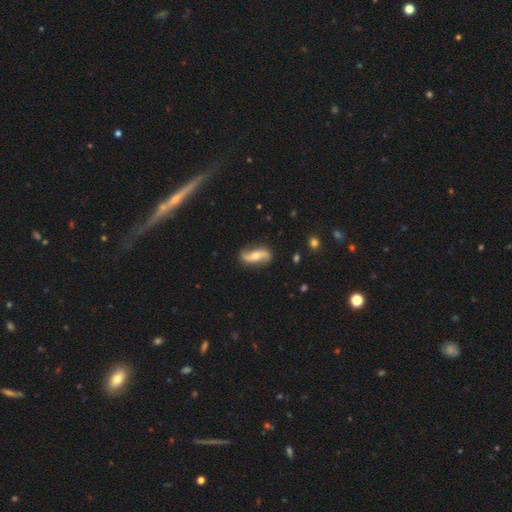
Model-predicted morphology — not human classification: A featured or disk galaxy (80%) with no bar (47%), 2 (93%) loose (82%) spiral arms (94%) and a moderate central bulge (58%).

Vote fractions:
- Smooth or featured? featured or disk: 80% / smooth: 15% / star or artifact: 5%
- Edge-on disk? no: 93% / yes: 7%
- Bar? no: 47% / weak: 29% / strong: 23%
- Spiral arms? yes: 94% / no: 6%
- Spiral winding? loose: 82% / medium: 13% / tight: 5%
- Spiral arm count? 2: 93% / can't tell: 2% / 1: 2% / 3: 1% / 4: 1% / more than 4: 1%
- Bulge size? moderate: 58% / small: 33% / large: 5% / none: 3% / dominant: 1%
- Merging? none: 83% / minor disturbance: 12% / major disturbance: 3% / merger: 2%